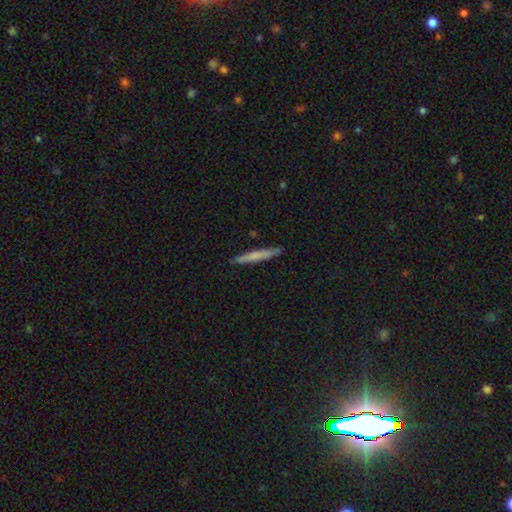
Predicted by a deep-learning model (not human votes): This is likely a smooth galaxy (62%). How rounded: clearly cigar-shaped (95%). Merging: clearly none (89%).